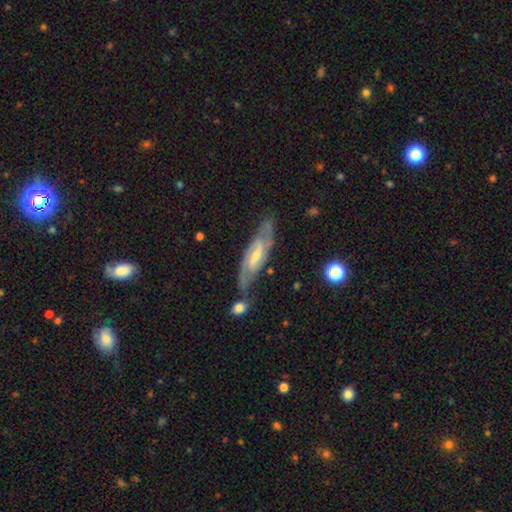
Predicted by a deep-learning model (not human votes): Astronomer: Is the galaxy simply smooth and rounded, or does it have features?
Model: featured or disk — 83%.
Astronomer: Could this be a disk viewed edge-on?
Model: no — 85%.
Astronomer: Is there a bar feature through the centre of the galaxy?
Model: weak — 50% (runner-up: strong, 33%).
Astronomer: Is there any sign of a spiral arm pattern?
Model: yes — 95%.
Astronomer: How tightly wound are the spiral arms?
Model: medium — 50% (runner-up: tight, 34%).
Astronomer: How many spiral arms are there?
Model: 2 — 84%.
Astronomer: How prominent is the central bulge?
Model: small — 50% (runner-up: moderate, 42%).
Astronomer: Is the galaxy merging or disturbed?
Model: none — 73%.